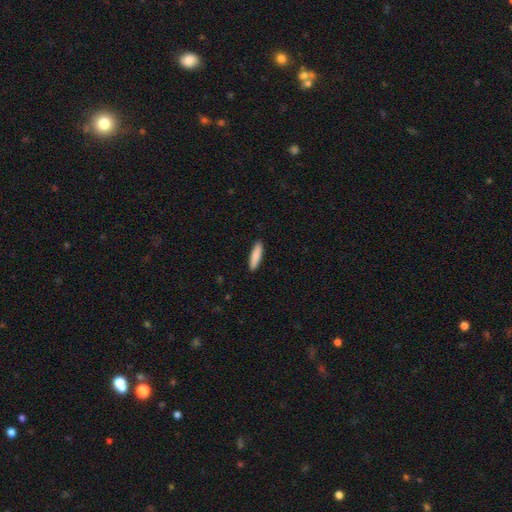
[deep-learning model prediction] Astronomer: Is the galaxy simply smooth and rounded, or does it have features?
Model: smooth — 88%.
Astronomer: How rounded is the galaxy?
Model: cigar-shaped — 74%.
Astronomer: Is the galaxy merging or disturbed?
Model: none — 90%.